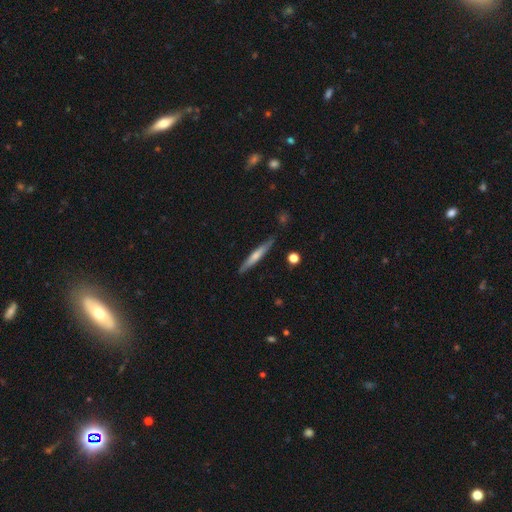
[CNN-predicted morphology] Smooth or featured? smooth (54%)
How rounded? cigar-shaped (94%)
Merging? none (85%)